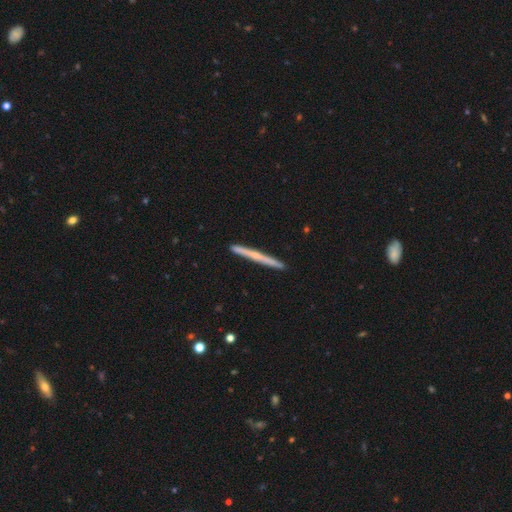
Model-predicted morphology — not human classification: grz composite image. It shows a featured or disk galaxy (57%) viewed edge-on (97%) with no central bulge (60%). Merging: none (92%).